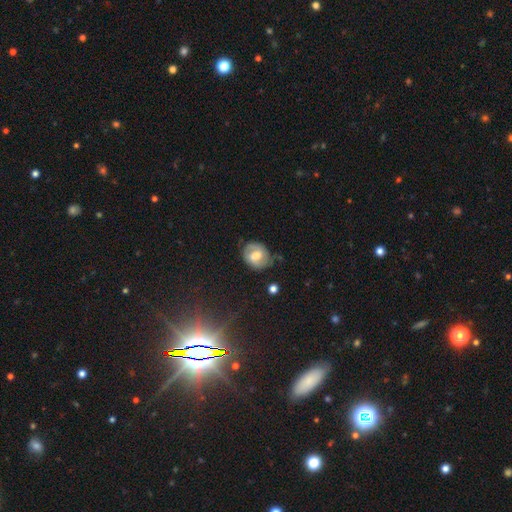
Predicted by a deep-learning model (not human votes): Q: Smooth or featured?
A: smooth (48%); runner-up: featured or disk (44%)
Q: Merging?
A: none (67%); runner-up: minor disturbance (24%)